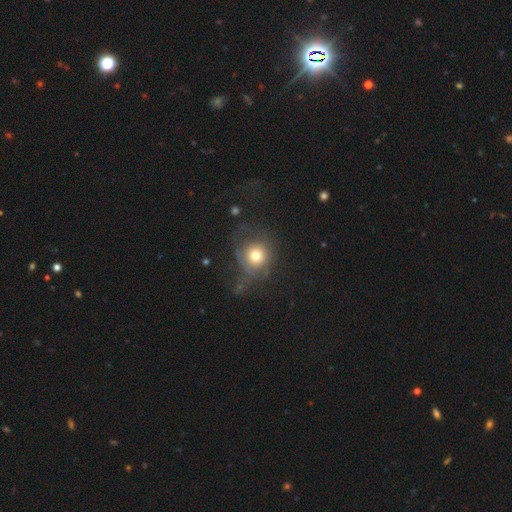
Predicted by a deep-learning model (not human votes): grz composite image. It shows a smooth galaxy with no disk features (66%) that is round (84%). Merging: none (49%).